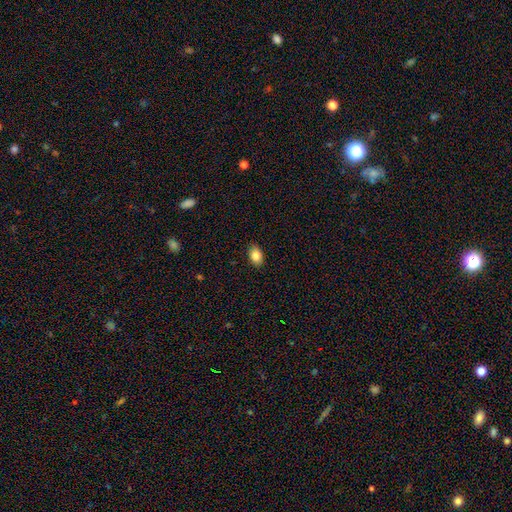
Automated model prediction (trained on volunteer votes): A smooth galaxy with no disk features (86%) that is in between round and cigar-shaped (83%). Merging: none (88%).